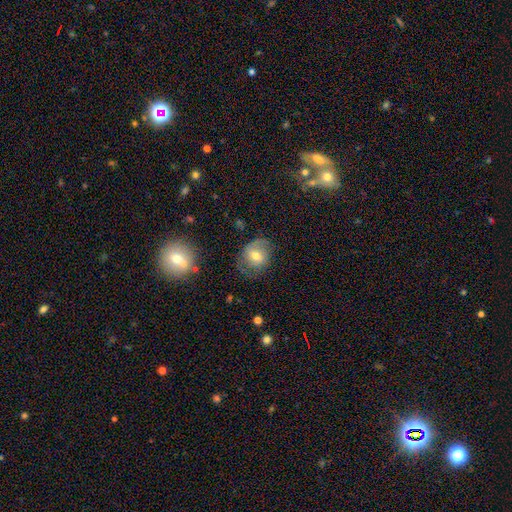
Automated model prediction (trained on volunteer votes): Smooth or featured? Predicted: smooth (p=0.53). How rounded? Predicted: round (p=0.58). Merging? Predicted: none (p=0.59).